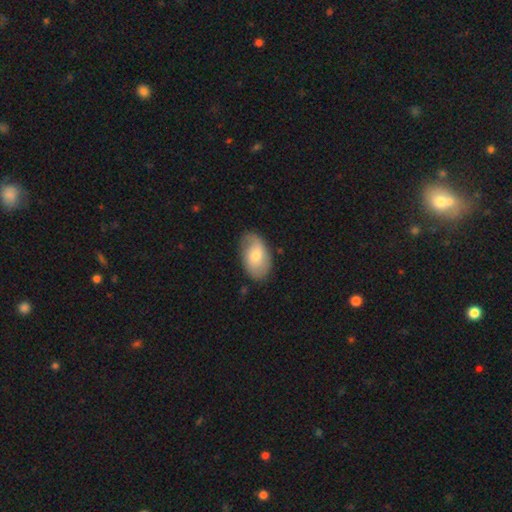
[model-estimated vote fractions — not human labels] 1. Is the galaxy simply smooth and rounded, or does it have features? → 58% smooth, 35% featured or disk, 6% star or artifact.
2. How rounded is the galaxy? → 91% in between, 7% round, 1% cigar-shaped.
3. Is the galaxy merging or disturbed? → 75% none, 18% minor disturbance, 5% major disturbance, 1% merger.